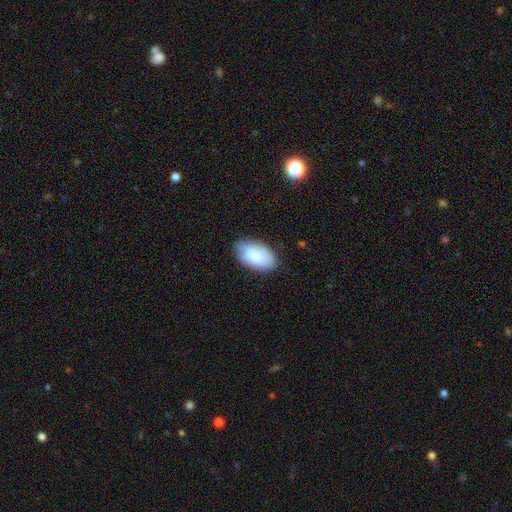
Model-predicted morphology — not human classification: Overall: smooth (78%). How rounded: in between (94%). Merging: none (77%).